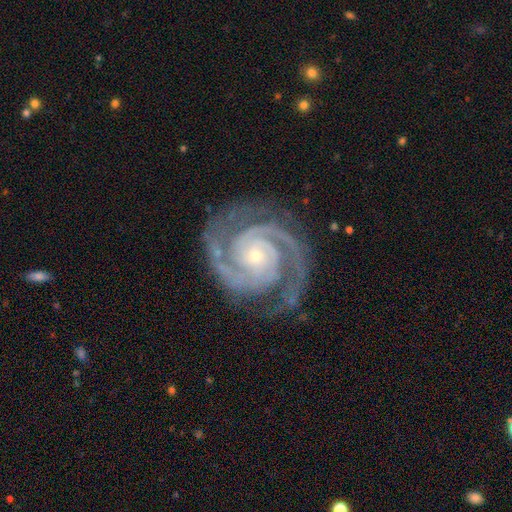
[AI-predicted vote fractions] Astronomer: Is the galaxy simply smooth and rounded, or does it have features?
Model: featured or disk — 94%.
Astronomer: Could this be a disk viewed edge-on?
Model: no — 98%.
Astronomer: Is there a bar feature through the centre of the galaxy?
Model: no — 71%.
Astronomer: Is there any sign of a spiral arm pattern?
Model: yes — 99%.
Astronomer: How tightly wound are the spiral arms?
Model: tight — 71%.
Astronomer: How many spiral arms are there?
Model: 2 — 75%.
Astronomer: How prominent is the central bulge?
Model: small — 77%.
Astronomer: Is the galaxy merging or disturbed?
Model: none — 80%.